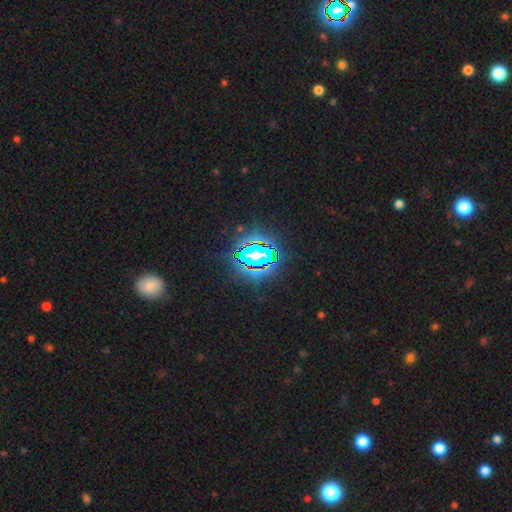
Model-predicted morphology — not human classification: This is likely a star or artifact rather than a galaxy (72%).